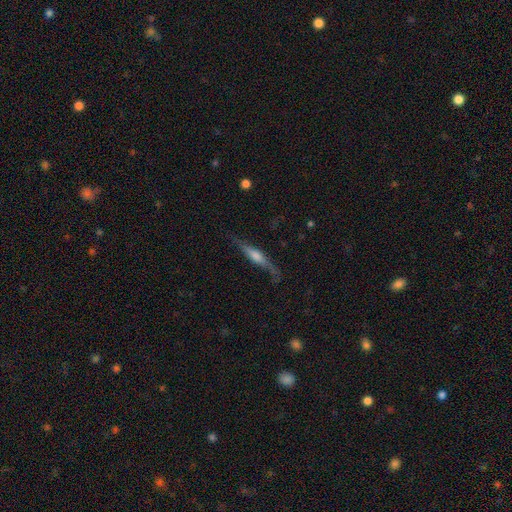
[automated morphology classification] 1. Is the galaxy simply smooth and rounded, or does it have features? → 61% featured or disk, 32% smooth, 7% star or artifact.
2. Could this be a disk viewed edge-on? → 88% yes, 12% no.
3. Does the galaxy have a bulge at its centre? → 64% rounded, 23% boxy, 13% none.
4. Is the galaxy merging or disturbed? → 68% none, 22% minor disturbance, 9% major disturbance, 2% merger.